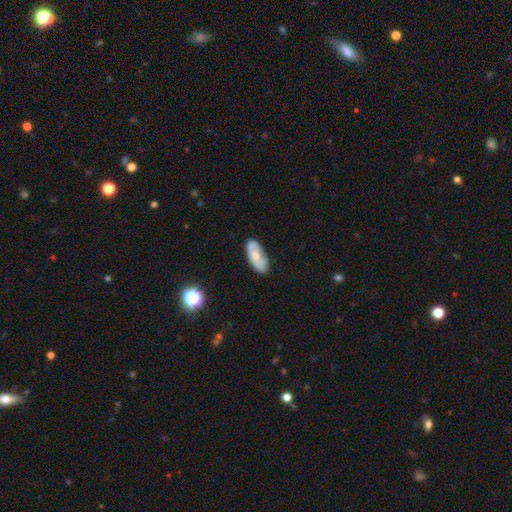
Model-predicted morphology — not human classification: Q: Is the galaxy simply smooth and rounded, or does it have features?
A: smooth — 61%.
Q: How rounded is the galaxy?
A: in between — 86%.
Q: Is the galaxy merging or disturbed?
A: none — 63%.